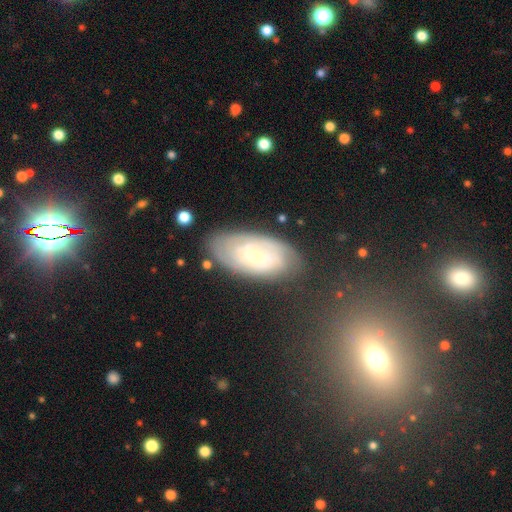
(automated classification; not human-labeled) Smooth or featured: featured or disk — 66% (smooth — 26%)
Edge-on disk: no — 93% (yes — 7%)
Bar: no — 62% (weak — 31%)
Spiral arms: yes — 84% (no — 16%)
Spiral winding: tight — 72% (medium — 22%)
Spiral arm count: can't tell — 58% (2 — 21%)
Bulge size: small — 70% (moderate — 25%)
Merging: none — 75% (minor disturbance — 18%)